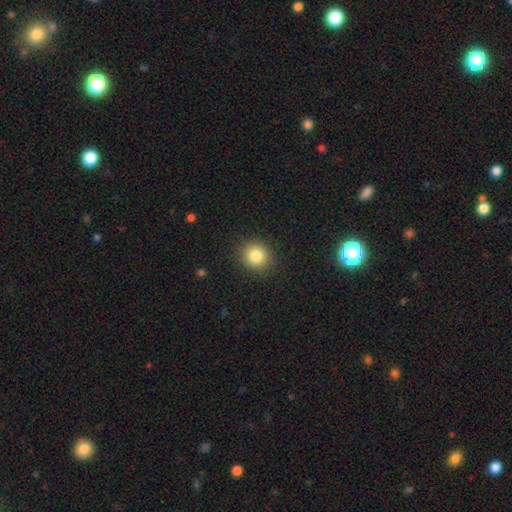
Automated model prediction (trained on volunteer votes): smooth-or-featured: smooth: 83% | star or artifact: 11% | featured or disk: 6%
  how-rounded: round: 89% | in between: 11% | cigar-shaped: 1%
  merging: none: 90% | minor disturbance: 7% | major disturbance: 2% | merger: 1%